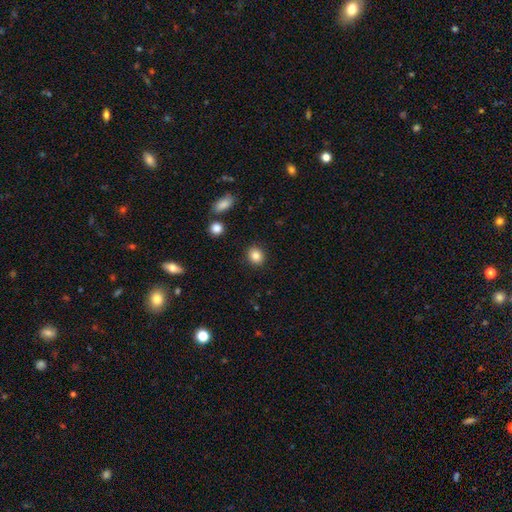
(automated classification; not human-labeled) Q: Smooth or featured?
A: smooth (84%); runner-up: star or artifact (10%)
Q: How rounded?
A: round (73%); runner-up: in between (26%)
Q: Merging?
A: none (90%); runner-up: minor disturbance (7%)